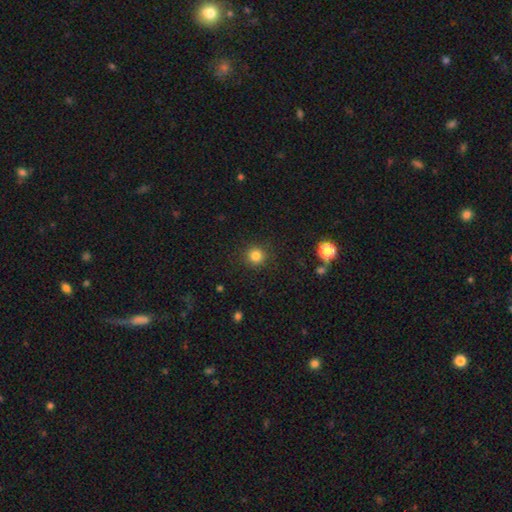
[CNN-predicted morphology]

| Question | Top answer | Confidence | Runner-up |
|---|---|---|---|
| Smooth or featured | smooth | 83% | star or artifact (13%) |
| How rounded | round | 94% | in between (5%) |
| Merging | none | 90% | minor disturbance (6%) |